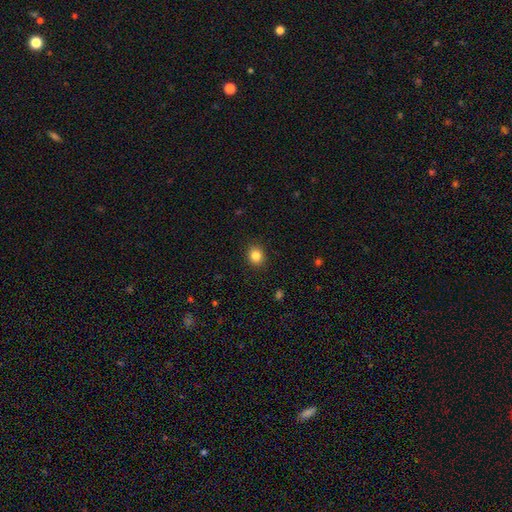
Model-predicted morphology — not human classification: Overall: smooth (84%). How rounded: round (76%). Merging: none (90%).